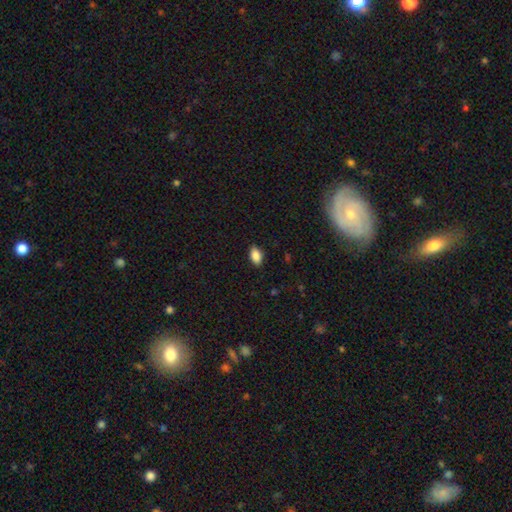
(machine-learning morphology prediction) smooth_or_featured: smooth (p=0.86) [alt: star or artifact p=0.08]
how_rounded: in between (p=0.91) [alt: round p=0.06]
merging: none (p=0.85) [alt: minor disturbance p=0.12]